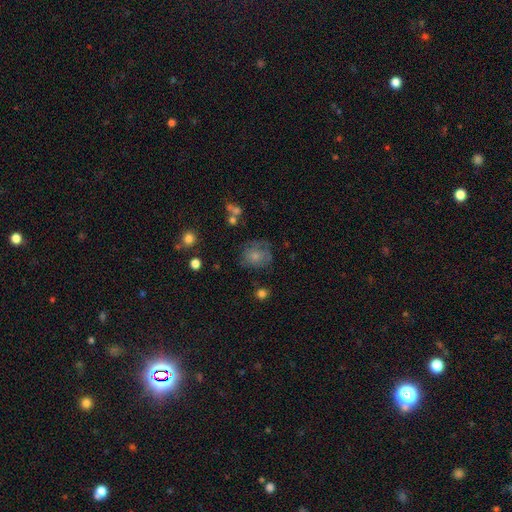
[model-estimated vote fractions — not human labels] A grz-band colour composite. It shows a smooth galaxy with no disk features (67%) that is round (71%). Merging: none (55%).